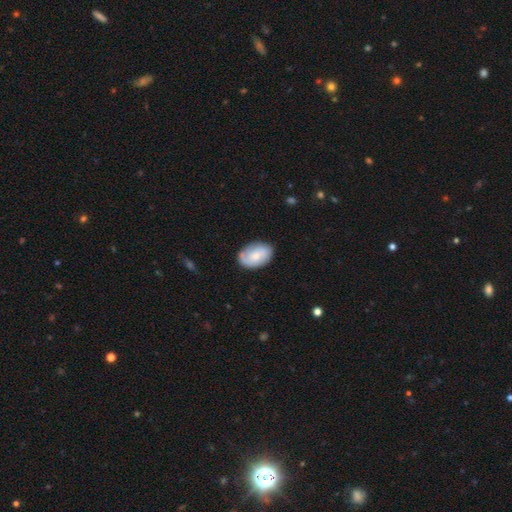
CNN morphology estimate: Q: Smooth or featured?
A: smooth (58%); runner-up: featured or disk (36%)
Q: How rounded?
A: in between (84%); runner-up: round (15%)
Q: Merging?
A: none (75%); runner-up: minor disturbance (19%)